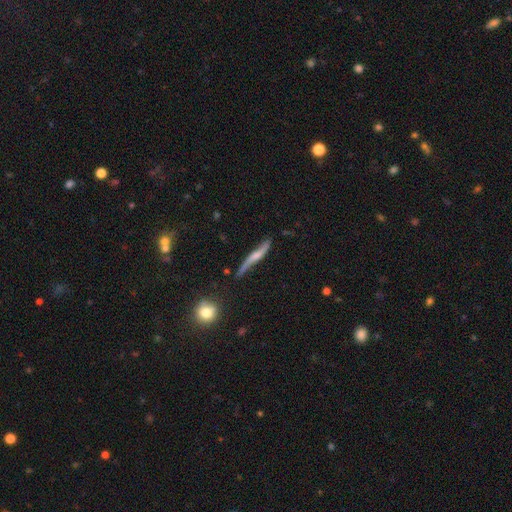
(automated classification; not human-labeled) A featured or disk galaxy (74%) viewed edge-on (62%). Merging: none (64%).